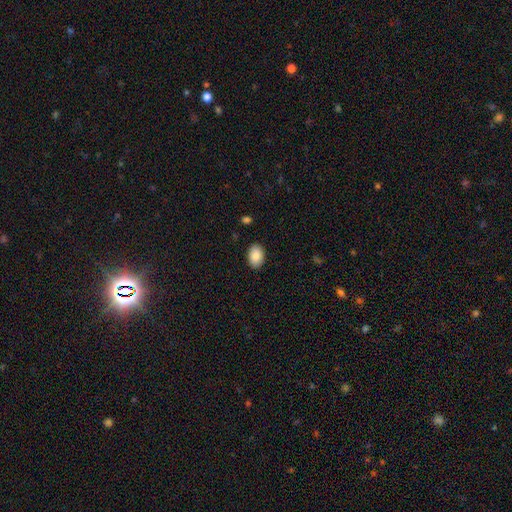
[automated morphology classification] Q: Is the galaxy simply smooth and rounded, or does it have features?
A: smooth — 87%.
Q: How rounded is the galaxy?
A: in between — 88%.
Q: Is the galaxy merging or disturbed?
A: none — 89%.